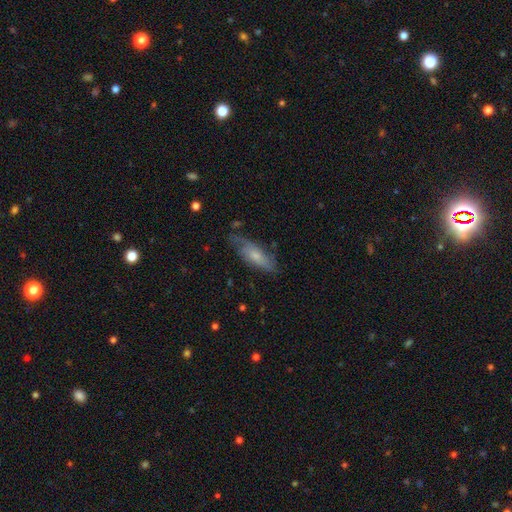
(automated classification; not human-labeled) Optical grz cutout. It shows a smooth galaxy with no disk features (48%). Merging: none (61%).